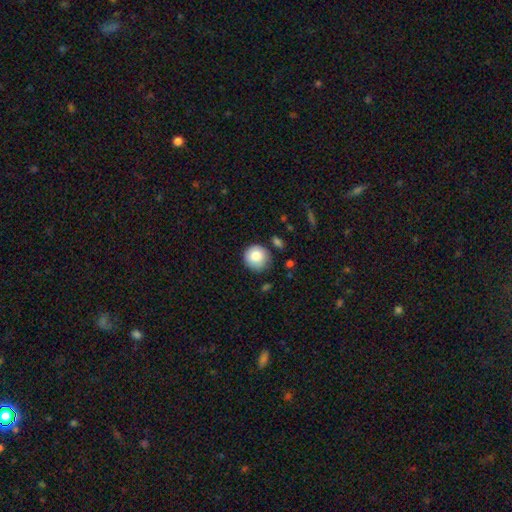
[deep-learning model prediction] This appears to be a smooth galaxy with no disk features (84%) that is round (92%). Merging: none (77%).